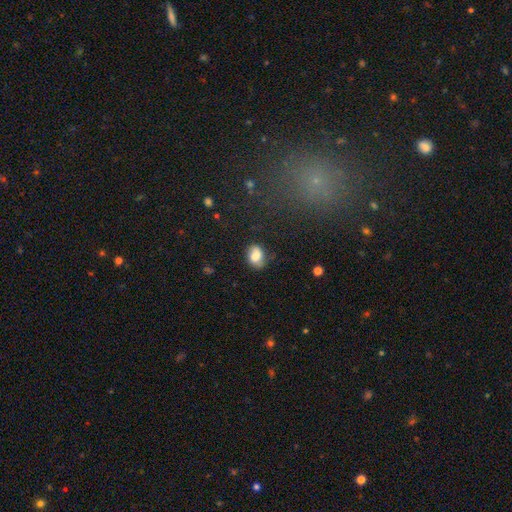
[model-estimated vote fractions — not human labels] Overall: smooth (73%). How rounded: in between (70%). Merging: none (69%).